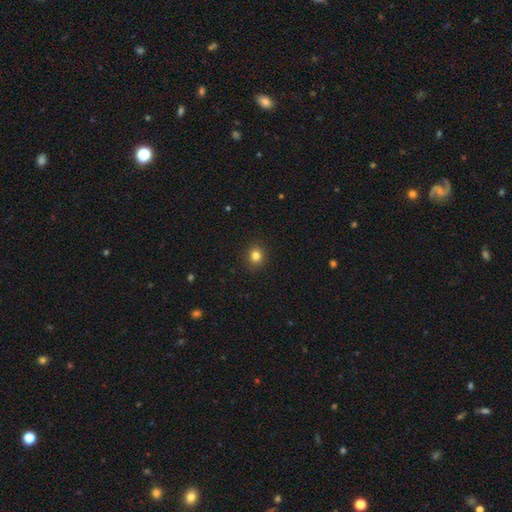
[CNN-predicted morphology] Smooth or featured: smooth — 82% (star or artifact — 12%)
How rounded: round — 82% (in between — 17%)
Merging: none — 91% (minor disturbance — 6%)